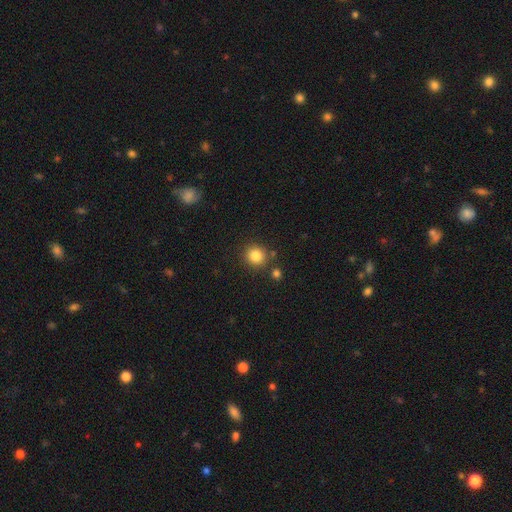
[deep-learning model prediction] smooth-or-featured: smooth: 84% | star or artifact: 11% | featured or disk: 5%
  how-rounded: round: 89% | in between: 10% | cigar-shaped: 1%
  merging: none: 83% | minor disturbance: 8% | merger: 6% | major disturbance: 3%